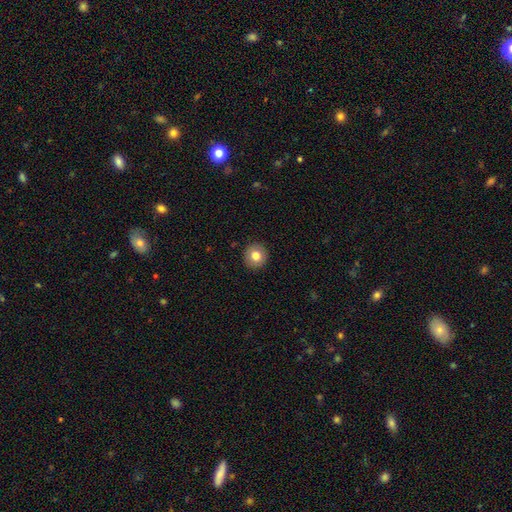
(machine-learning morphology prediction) smooth-or-featured: smooth: 79% | featured or disk: 12% | star or artifact: 9%
  how-rounded: round: 93% | in between: 6% | cigar-shaped: 1%
  merging: none: 92% | minor disturbance: 6% | major disturbance: 2% | merger: 1%